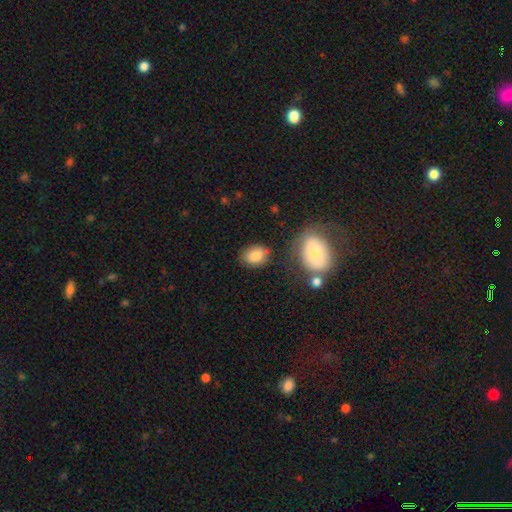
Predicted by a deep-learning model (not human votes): This appears to be a smooth galaxy with no disk features (83%) that is in between round and cigar-shaped (77%). Merging: none (72%).